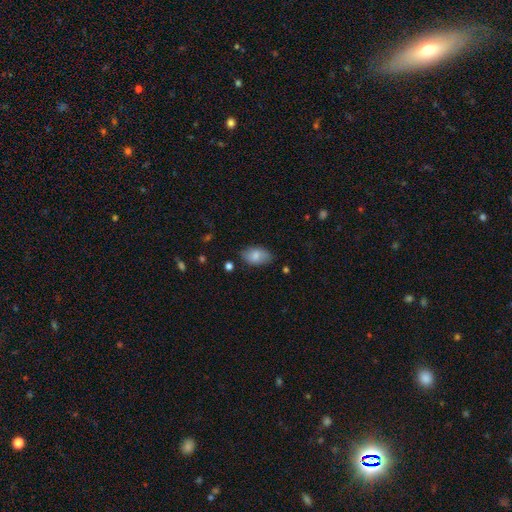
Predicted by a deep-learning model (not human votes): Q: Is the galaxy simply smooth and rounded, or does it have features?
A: smooth — 80%.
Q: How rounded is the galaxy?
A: in between — 92%.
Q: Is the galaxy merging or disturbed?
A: none — 79%.